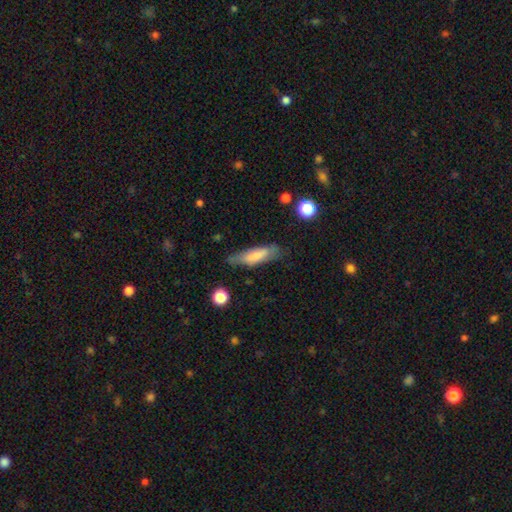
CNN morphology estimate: Smooth or featured?
  - smooth: 69% *
  - featured or disk: 24%
  - star or artifact: 7%
How rounded?
  - cigar-shaped: 62% *
  - in between: 36%
  - round: 2%
Merging?
  - none: 65% *
  - minor disturbance: 25%
  - major disturbance: 7%
  - merger: 3%